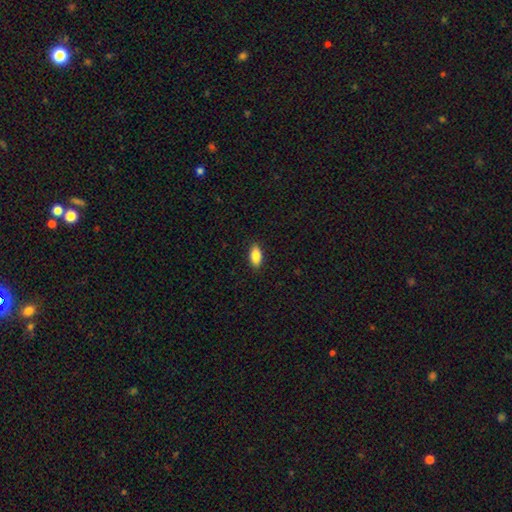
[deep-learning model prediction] Overall: smooth (87%). How rounded: in between (90%). Merging: none (89%).